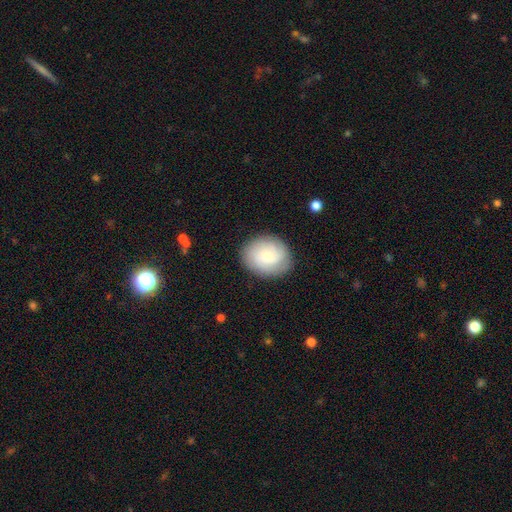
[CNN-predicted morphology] This is possibly a smooth galaxy (51%). How rounded: likely round (62%). Merging: clearly none (84%).